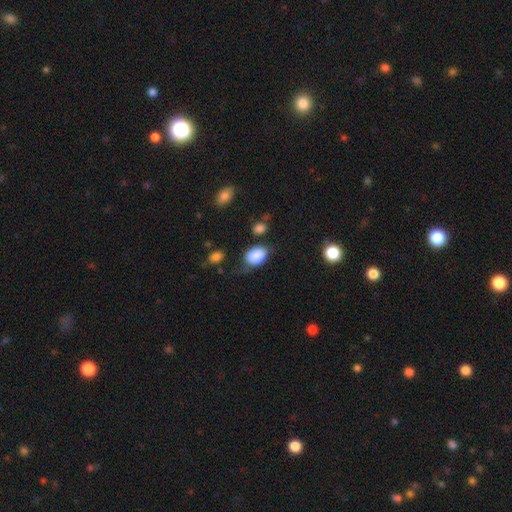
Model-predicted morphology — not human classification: Smooth or featured? smooth (84%)
How rounded? in between (78%)
Merging? none (59%)